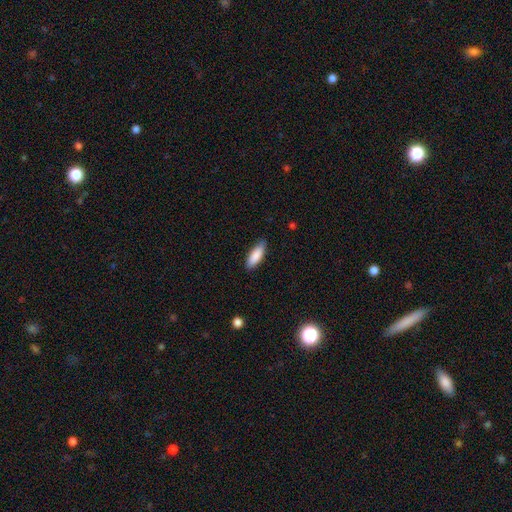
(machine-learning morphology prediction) Smooth or featured: smooth — 87% (featured or disk — 7%)
How rounded: in between — 65% (cigar-shaped — 34%)
Merging: none — 82% (minor disturbance — 14%)